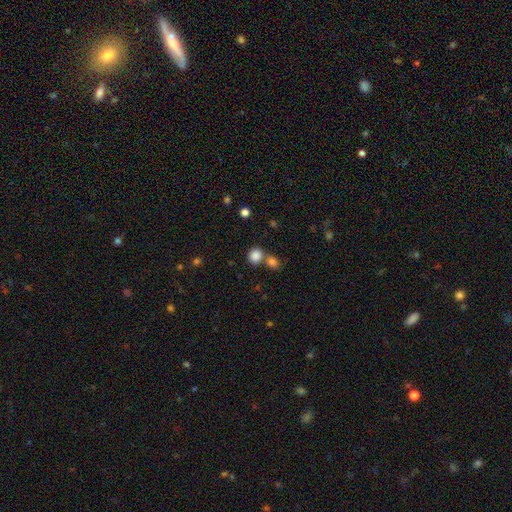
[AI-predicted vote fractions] Smooth or featured?
  - smooth: 85% *
  - star or artifact: 10%
  - featured or disk: 5%
How rounded?
  - round: 82% *
  - in between: 17%
  - cigar-shaped: 1%
Merging?
  - none: 56% *
  - merger: 33%
  - minor disturbance: 8%
  - major disturbance: 3%